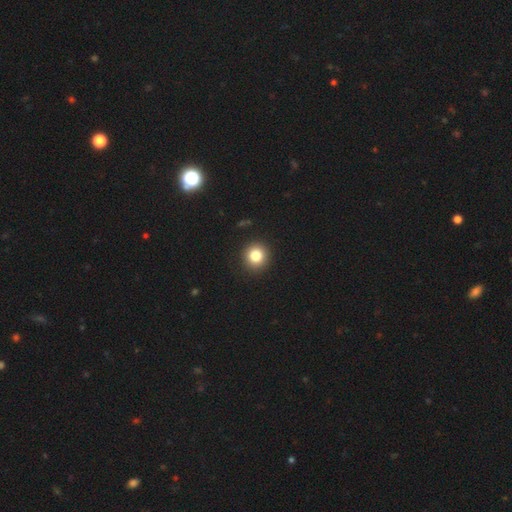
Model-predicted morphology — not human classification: A smooth galaxy with no disk features (82%) that is round (93%). Merging: none (92%).